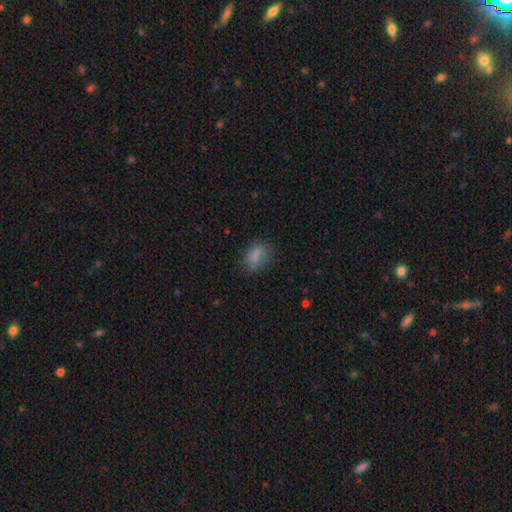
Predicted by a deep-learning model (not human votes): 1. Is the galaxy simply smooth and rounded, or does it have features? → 78% smooth, 11% featured or disk, 11% star or artifact.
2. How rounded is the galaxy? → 75% in between, 23% round, 2% cigar-shaped.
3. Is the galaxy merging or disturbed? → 63% none, 24% minor disturbance, 11% major disturbance, 2% merger.